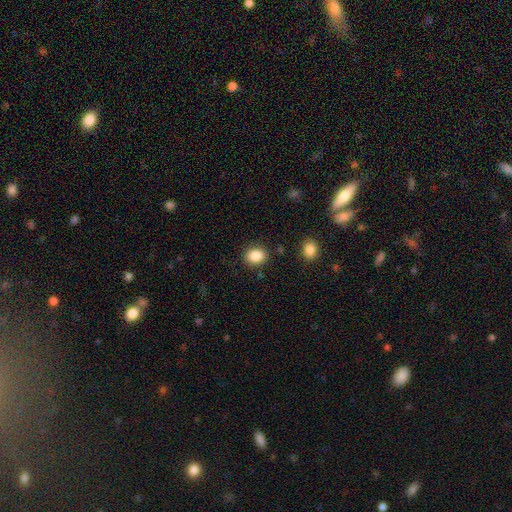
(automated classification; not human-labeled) The model was most divided on "how rounded": in between: 56%, round: 43%, cigar-shaped: 1%. More confident: smooth or featured — smooth (87%); merging — none (85%).